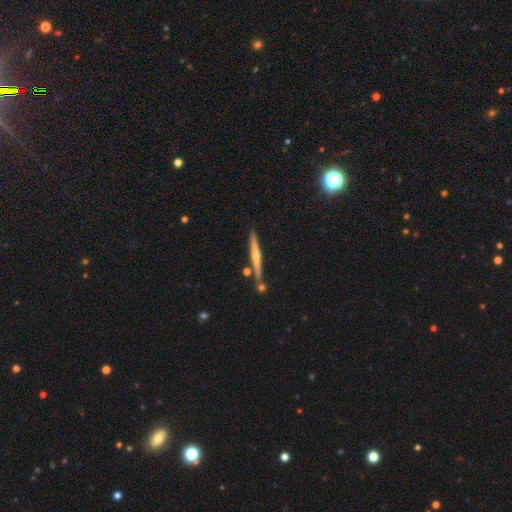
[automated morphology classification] smooth_or_featured: featured or disk (p=0.71) [alt: smooth p=0.23]
disk_edge_on: yes (p=0.98) [alt: no p=0.02]
edge_on_bulge: rounded (p=0.76) [alt: none p=0.18]
merging: none (p=0.85) [alt: minor disturbance p=0.08]